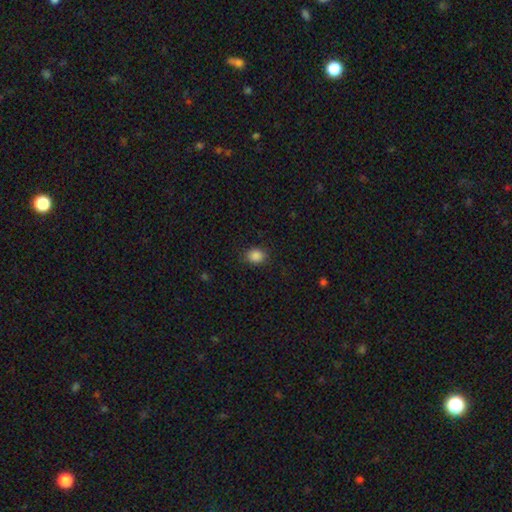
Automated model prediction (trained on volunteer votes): smooth-or-featured: smooth: 87% | star or artifact: 10% | featured or disk: 3%
  how-rounded: round: 59% | in between: 40% | cigar-shaped: 1%
  merging: none: 86% | minor disturbance: 10% | major disturbance: 3% | merger: 1%